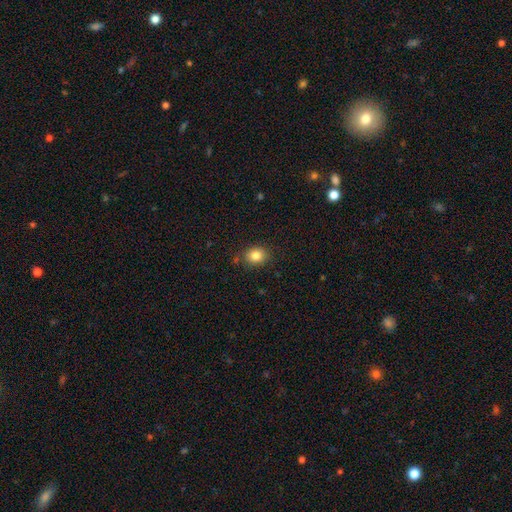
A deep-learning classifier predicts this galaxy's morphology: This appears to be a smooth galaxy with no disk features (84%) that is round (60%). Merging: none (82%).